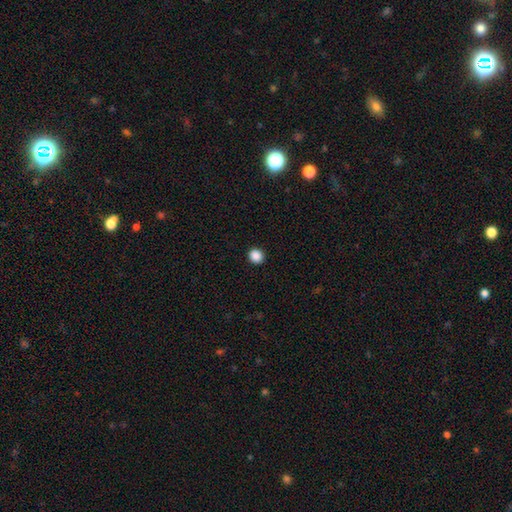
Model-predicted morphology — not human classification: The model was most divided on "smooth or featured": smooth: 88%, star or artifact: 10%, featured or disk: 2%. More confident: merging — none (93%); how rounded — round (90%).